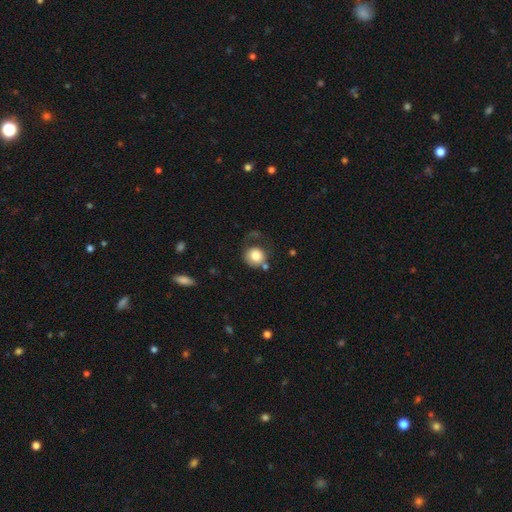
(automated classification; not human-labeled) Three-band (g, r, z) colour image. It shows a smooth galaxy with no disk features (80%) that is round (88%). Merging: none (53%).